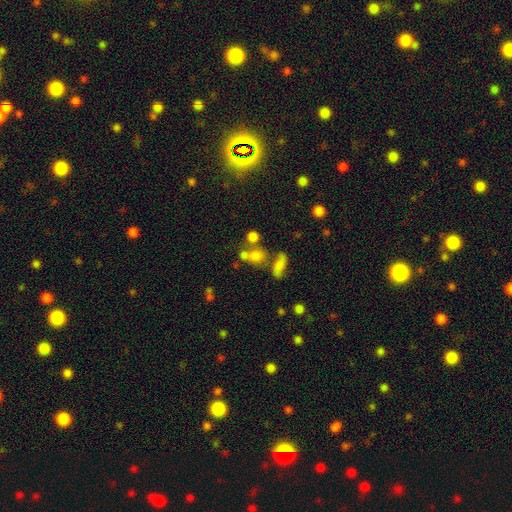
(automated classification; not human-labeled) Morphology: type=smooth (68%); roundness=round (65%); merging=none (44%).